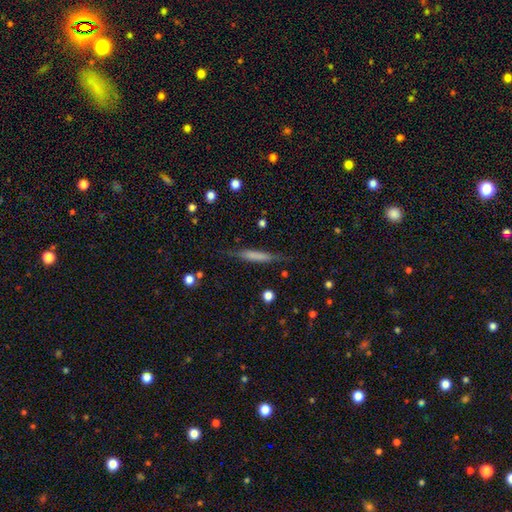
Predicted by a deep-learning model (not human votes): Smooth or featured? Predicted: smooth (p=0.55). How rounded? Predicted: cigar-shaped (p=0.91). Merging? Predicted: none (p=0.78).